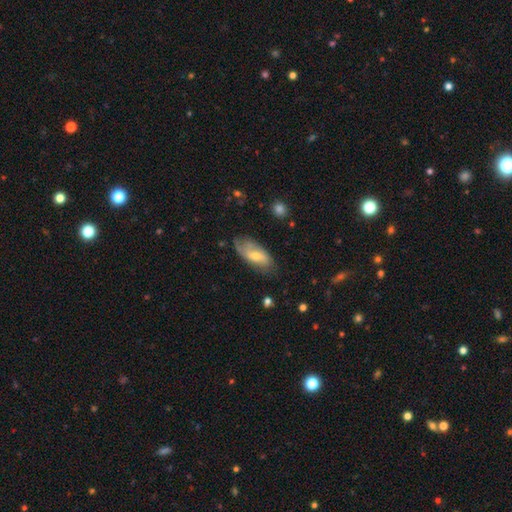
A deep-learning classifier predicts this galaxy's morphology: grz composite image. It shows a smooth galaxy with no disk features (47%). Merging: none (60%).